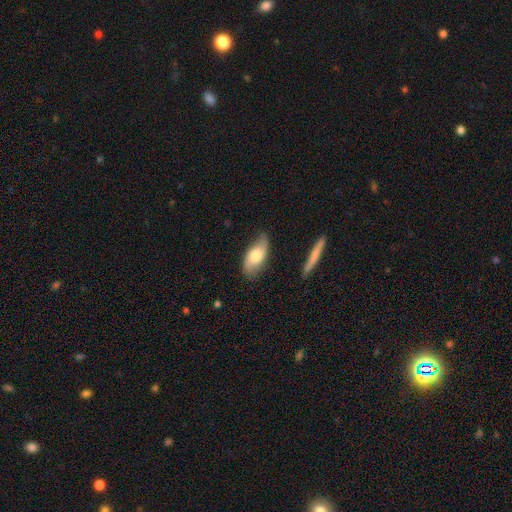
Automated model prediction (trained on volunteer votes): A smooth galaxy with no disk features (54%) that is in between round and cigar-shaped (86%). Merging: none (74%).